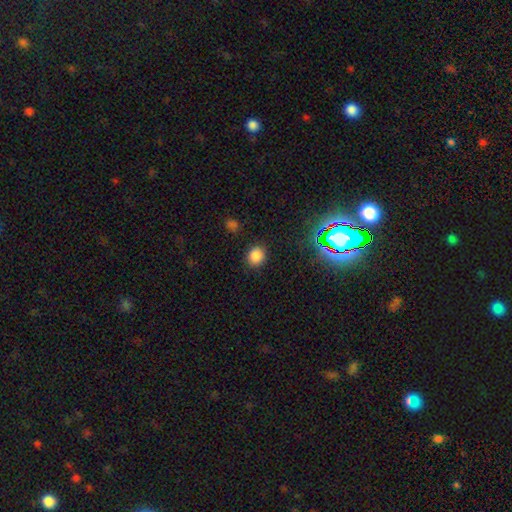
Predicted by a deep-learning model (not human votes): A smooth galaxy with no disk features (82%) that is round (81%). Merging: none (87%).